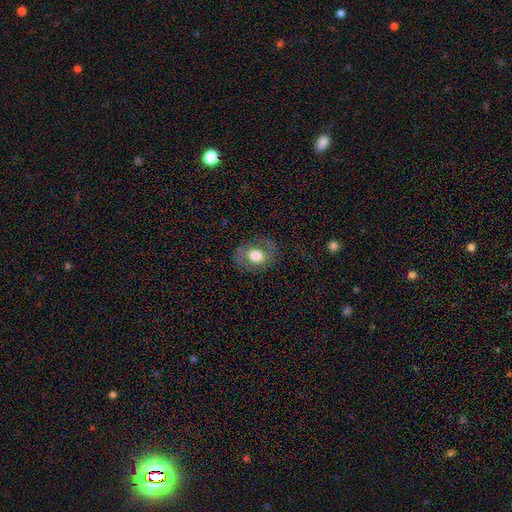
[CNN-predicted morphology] smooth_or_featured: smooth (p=0.58) [alt: featured or disk p=0.34]
how_rounded: in between (p=0.52) [alt: round p=0.47]
merging: none (p=0.74) [alt: minor disturbance p=0.16]